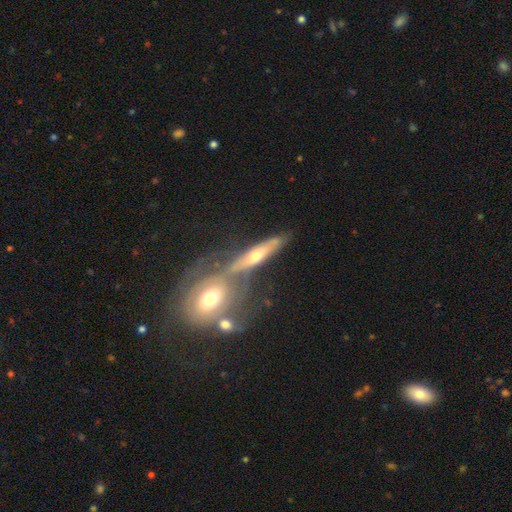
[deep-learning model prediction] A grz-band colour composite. It shows a featured or disk galaxy (59%) viewed edge-on (60%). Merging: none (40%).